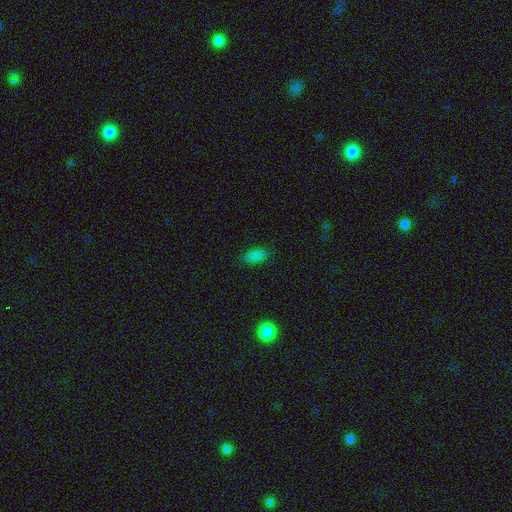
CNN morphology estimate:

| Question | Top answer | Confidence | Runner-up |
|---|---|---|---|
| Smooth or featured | smooth | 84% | star or artifact (12%) |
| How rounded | in between | 92% | round (4%) |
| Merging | none | 85% | minor disturbance (12%) |